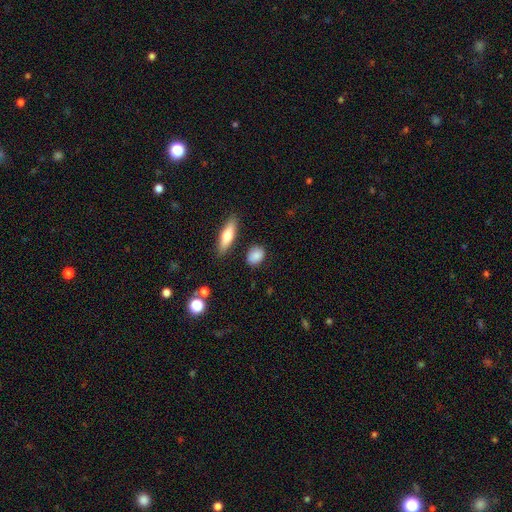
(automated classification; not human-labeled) Q: Smooth or featured?
A: smooth (86%); runner-up: star or artifact (8%)
Q: How rounded?
A: in between (56%); runner-up: round (39%)
Q: Merging?
A: none (83%); runner-up: minor disturbance (11%)